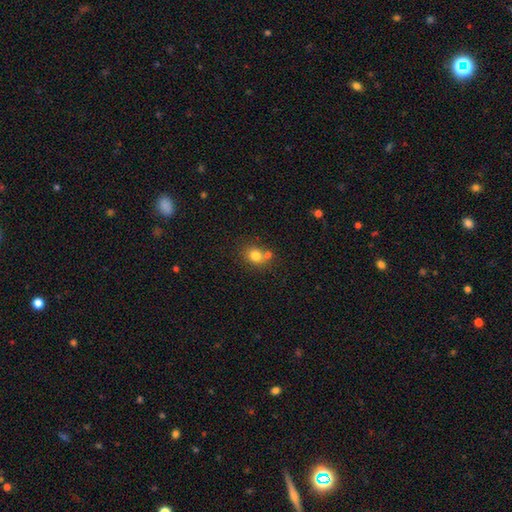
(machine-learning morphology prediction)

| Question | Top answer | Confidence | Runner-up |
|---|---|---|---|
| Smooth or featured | smooth | 79% | star or artifact (11%) |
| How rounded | round | 65% | in between (34%) |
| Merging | none | 53% | merger (31%) |